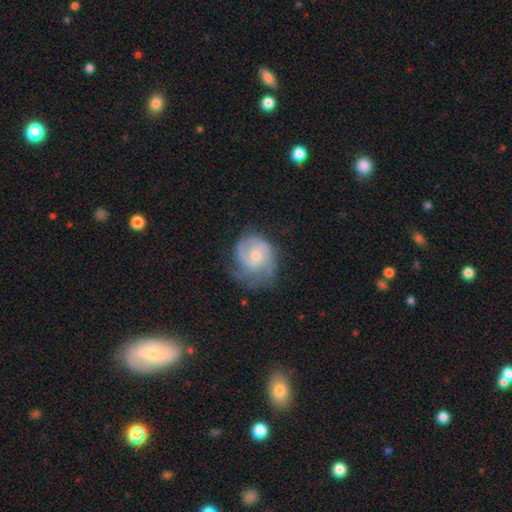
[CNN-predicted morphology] Overall: featured or disk (80%). Edge-on disk: no (98%). Bar: no (71%). Spiral arms: yes (93%). Spiral arm count: 2 (34%; can't tell 26%). Spiral winding: tight (49%; medium 38%). Bulge size: small (56%; moderate 40%). Merging: none (58%; minor disturbance 26%).